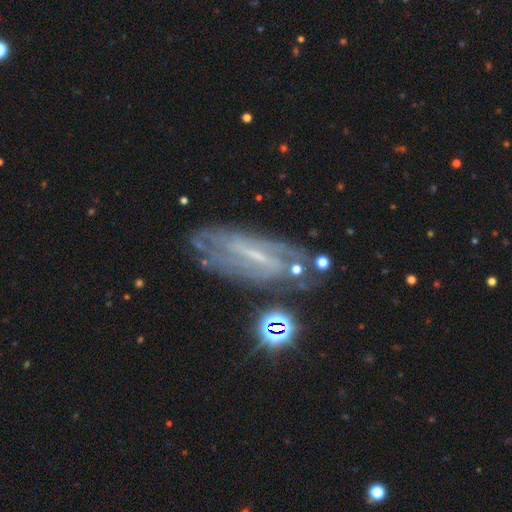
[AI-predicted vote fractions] Smooth or featured? Predicted: featured or disk (p=0.76). Edge-on disk? Predicted: no (p=0.81). Bar? Predicted: strong (p=0.42). Spiral arms? Predicted: yes (p=0.80). Bulge size? Predicted: small (p=0.59). Merging? Predicted: none (p=0.62).